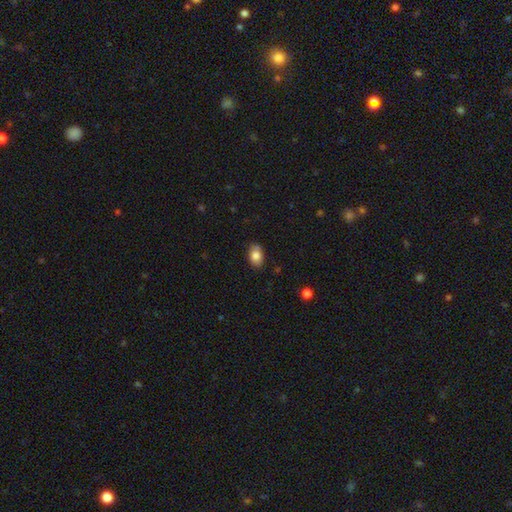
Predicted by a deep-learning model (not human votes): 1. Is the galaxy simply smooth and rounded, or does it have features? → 84% smooth, 8% featured or disk, 8% star or artifact.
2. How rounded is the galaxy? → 85% in between, 13% round, 1% cigar-shaped.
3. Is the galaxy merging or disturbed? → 82% none, 14% minor disturbance, 2% major disturbance, 1% merger.